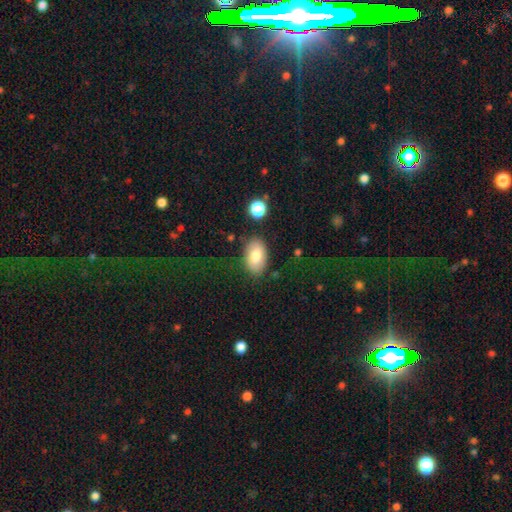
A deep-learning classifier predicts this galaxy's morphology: smooth 78%, featured or disk 15%, star or artifact 8%. Down the decision tree: how rounded — in between (90%); merging — none (81%).